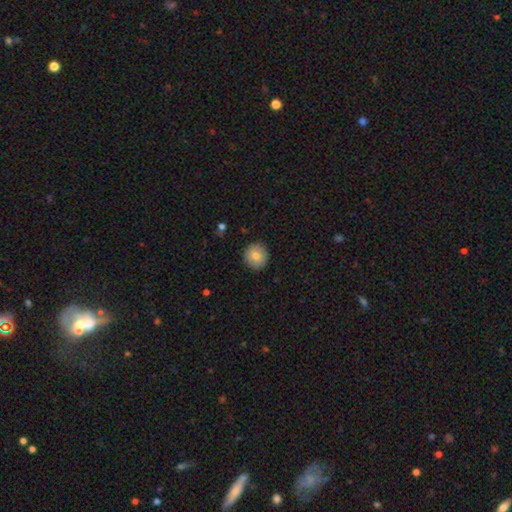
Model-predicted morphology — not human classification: Smooth or featured? Predicted: smooth (p=0.81). How rounded? Predicted: round (p=0.93). Merging? Predicted: none (p=0.90).